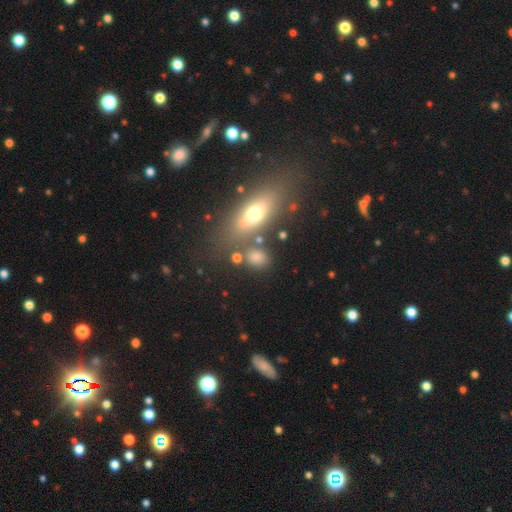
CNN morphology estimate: Smooth or featured? smooth (70%)
How rounded? in between (55%)
Merging? none (69%)